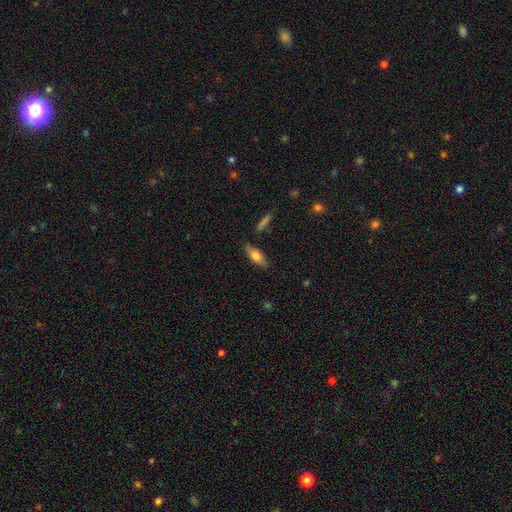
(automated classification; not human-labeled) A smooth galaxy with no disk features (74%) that is in between round and cigar-shaped (75%). Merging: none (82%).